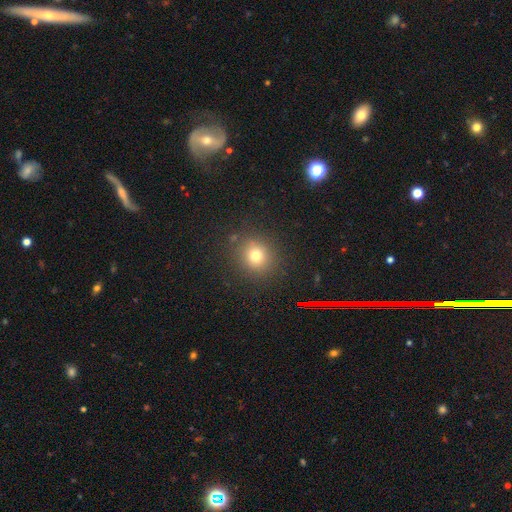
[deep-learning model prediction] A smooth galaxy with no disk features (74%) that is round (85%). Merging: none (86%).